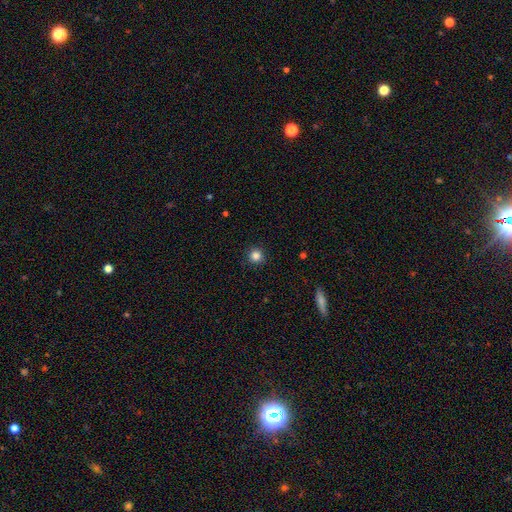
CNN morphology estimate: Smooth or featured? Predicted: smooth (p=0.84). How rounded? Predicted: round (p=0.95). Merging? Predicted: none (p=0.91).